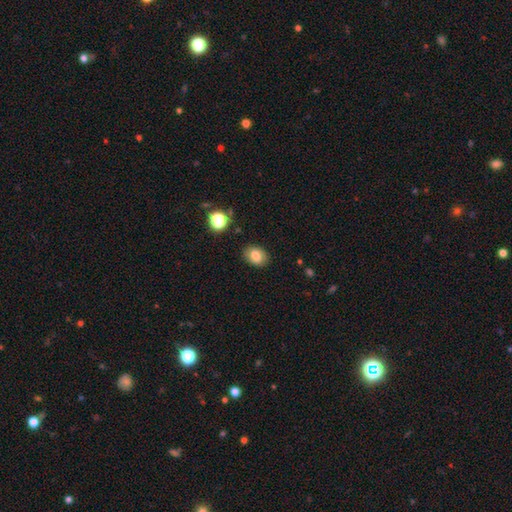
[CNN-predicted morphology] This is likely a smooth galaxy (76%). How rounded: likely in between (71%). Merging: clearly none (84%).